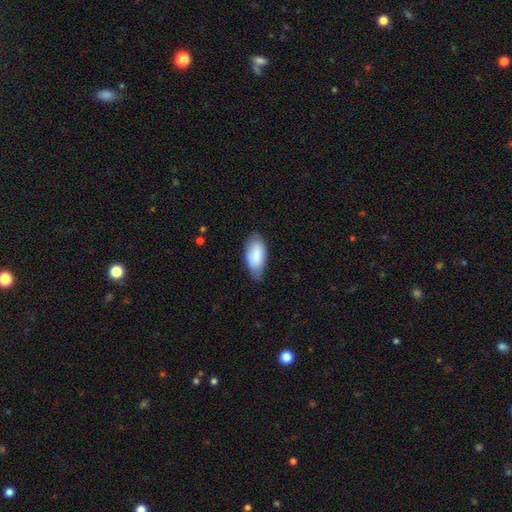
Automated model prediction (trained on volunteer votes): Smooth or featured: smooth — 84% (featured or disk — 10%)
How rounded: in between — 92% (cigar-shaped — 5%)
Merging: none — 65% (minor disturbance — 28%)